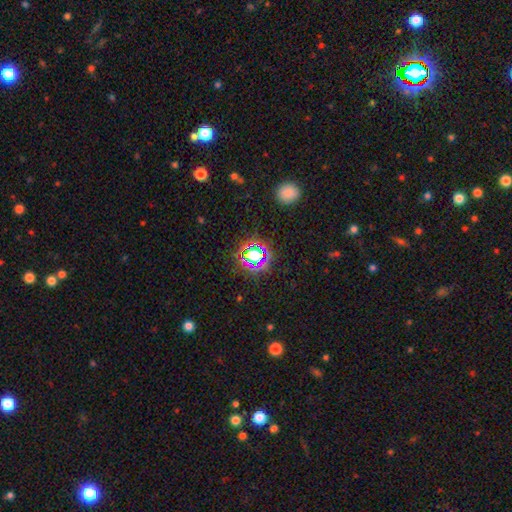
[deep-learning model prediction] A star or artifact, not a galaxy (64%).

Vote fractions:
- Smooth or featured? star or artifact: 64% / smooth: 26% / featured or disk: 10%